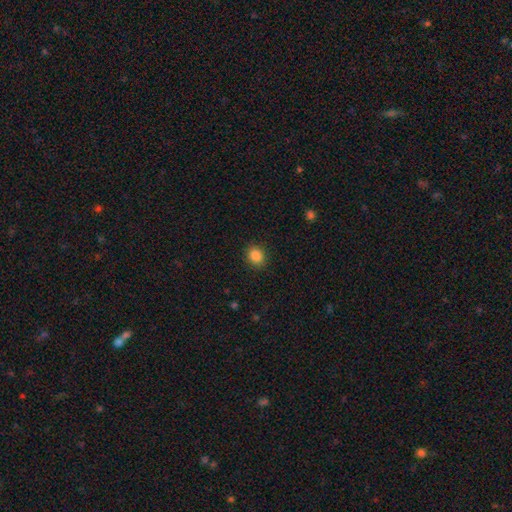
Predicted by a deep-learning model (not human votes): Smooth or featured? Predicted: smooth (p=0.87). How rounded? Predicted: round (p=0.68). Merging? Predicted: none (p=0.89).